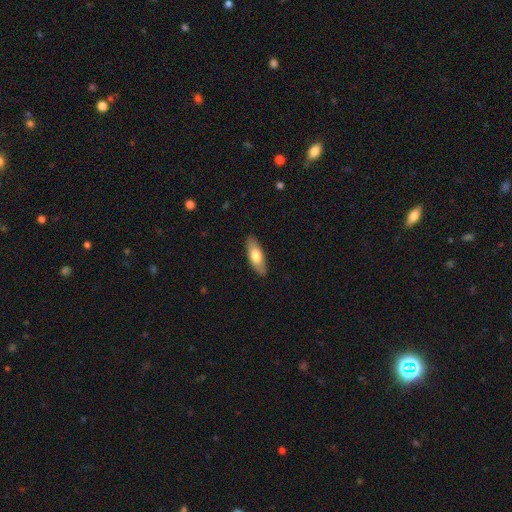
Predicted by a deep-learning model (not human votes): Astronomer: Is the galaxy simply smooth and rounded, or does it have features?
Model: smooth — 70%.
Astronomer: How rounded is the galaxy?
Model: in between — 71%.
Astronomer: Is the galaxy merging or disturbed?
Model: none — 88%.